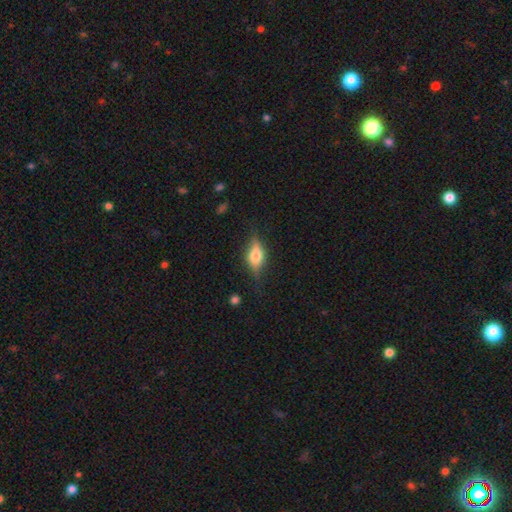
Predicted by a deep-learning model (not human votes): Smooth or featured: featured or disk — 57% (smooth — 35%)
Edge-on disk: yes — 91% (no — 9%)
Edge-on bulge: rounded — 91% (boxy — 7%)
Merging: none — 76% (minor disturbance — 17%)